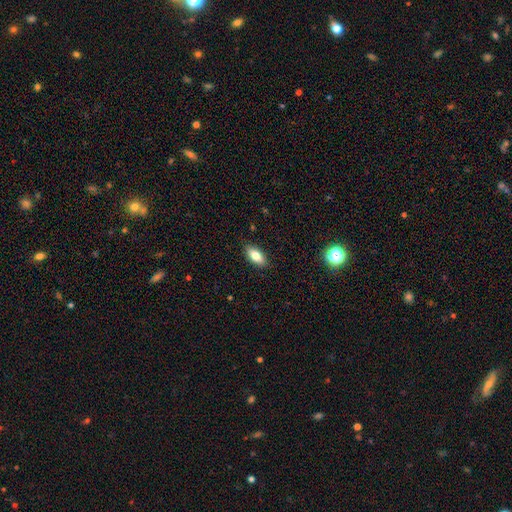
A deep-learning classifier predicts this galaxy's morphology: smooth-or-featured: smooth: 79% | featured or disk: 14% | star or artifact: 8%
  how-rounded: in between: 86% | cigar-shaped: 10% | round: 3%
  merging: none: 87% | minor disturbance: 9% | major disturbance: 2% | merger: 1%